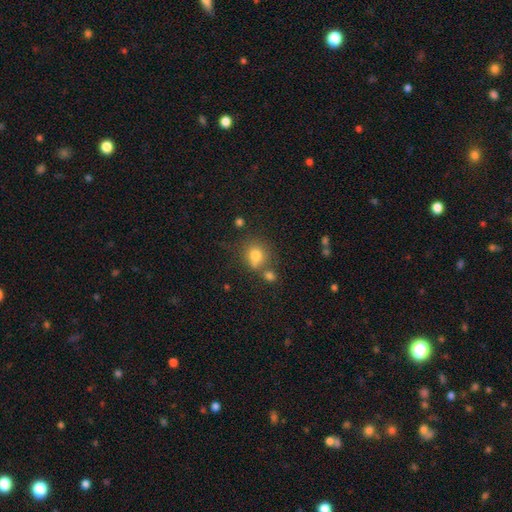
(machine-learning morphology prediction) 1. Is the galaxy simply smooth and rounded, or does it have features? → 78% smooth, 12% star or artifact, 10% featured or disk.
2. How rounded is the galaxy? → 76% round, 23% in between, 1% cigar-shaped.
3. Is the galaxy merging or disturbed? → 55% none, 24% merger, 15% minor disturbance, 6% major disturbance.